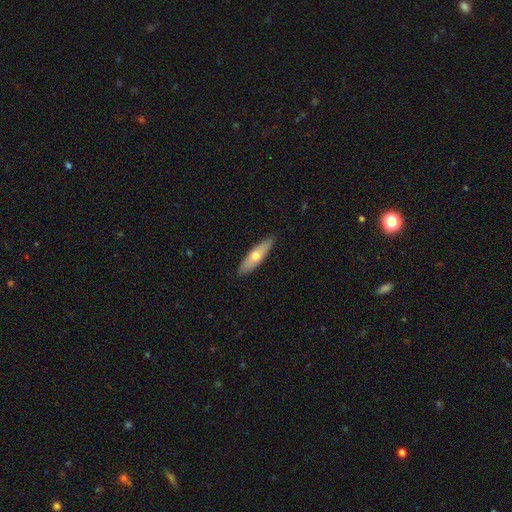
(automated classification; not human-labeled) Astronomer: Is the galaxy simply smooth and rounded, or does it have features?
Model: smooth — 60%.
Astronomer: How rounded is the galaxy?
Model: cigar-shaped — 64%.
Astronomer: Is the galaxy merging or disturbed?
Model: none — 89%.